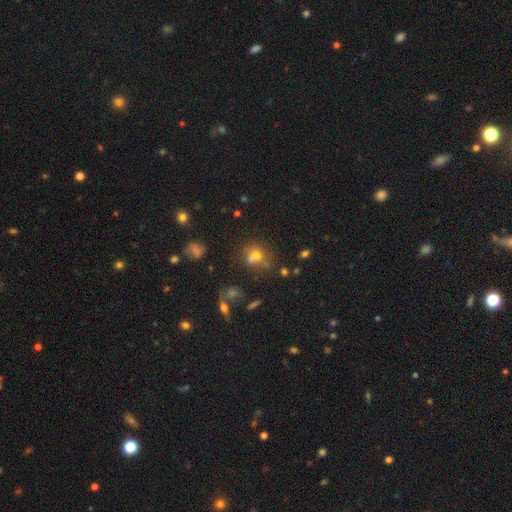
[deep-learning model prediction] smooth-or-featured: smooth: 66% | star or artifact: 19% | featured or disk: 15%
  how-rounded: round: 68% | in between: 30% | cigar-shaped: 1%
  merging: none: 45% | merger: 32% | minor disturbance: 15% | major disturbance: 9%